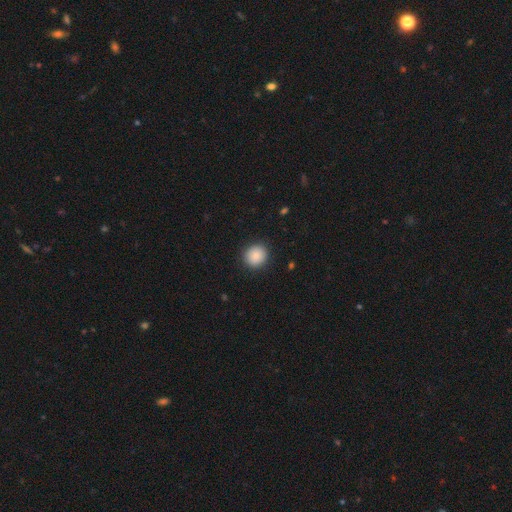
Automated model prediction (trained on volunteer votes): Q: Smooth or featured?
A: smooth (89%); runner-up: star or artifact (8%)
Q: How rounded?
A: round (88%); runner-up: in between (11%)
Q: Merging?
A: none (91%); runner-up: minor disturbance (6%)